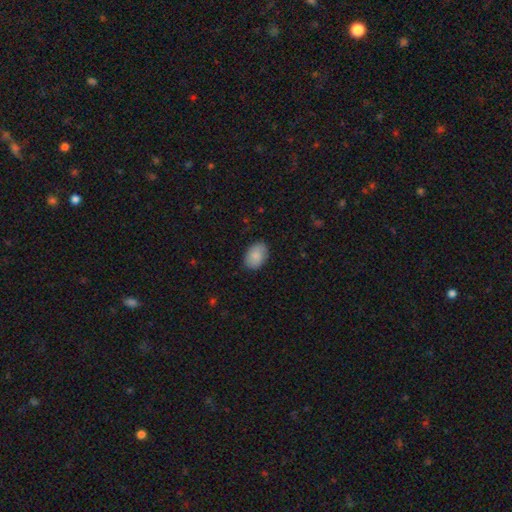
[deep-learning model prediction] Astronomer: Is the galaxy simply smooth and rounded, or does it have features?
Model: smooth — 87%.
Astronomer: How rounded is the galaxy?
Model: in between — 85%.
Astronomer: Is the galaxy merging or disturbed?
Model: none — 84%.